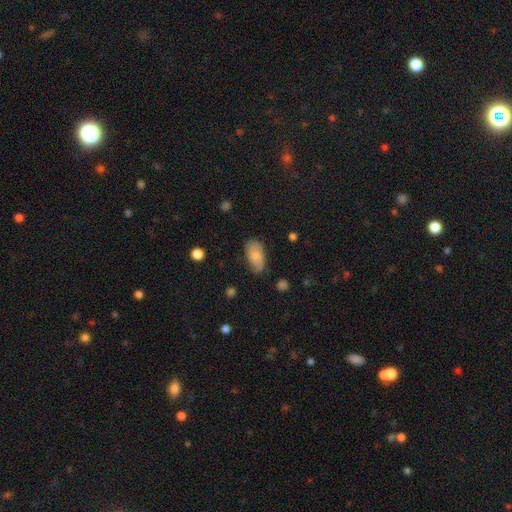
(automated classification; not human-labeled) smooth_or_featured: smooth (p=0.75) [alt: featured or disk p=0.18]
how_rounded: in between (p=0.93) [alt: cigar-shaped p=0.03]
merging: none (p=0.64) [alt: minor disturbance p=0.28]